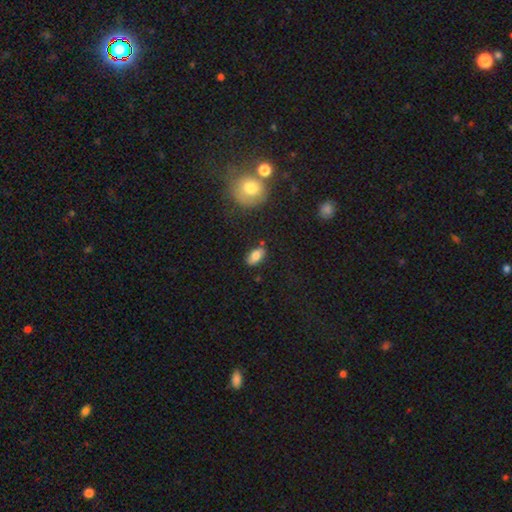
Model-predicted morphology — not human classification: smooth_or_featured: smooth (p=0.80) [alt: featured or disk p=0.12]
how_rounded: in between (p=0.90) [alt: round p=0.05]
merging: none (p=0.80) [alt: minor disturbance p=0.13]